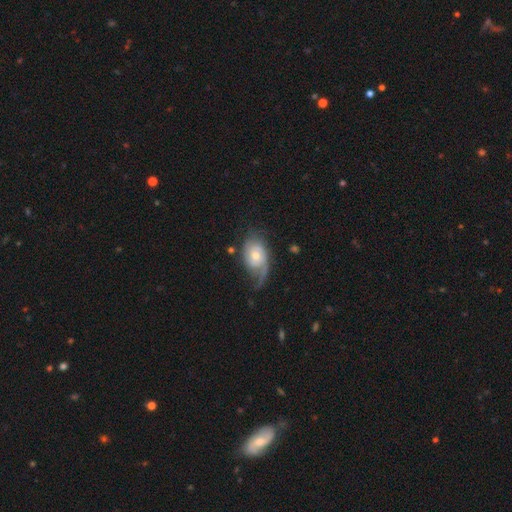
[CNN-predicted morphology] The model was most divided on "spiral winding": loose: 39%, medium: 33%, tight: 28%. Remaining: edge-on disk — no (95%); spiral arms — yes (84%); bar — no (75%); smooth or featured — featured or disk (64%); bulge size — moderate (60%); spiral arm count — 1 (47%); merging — none (40%).